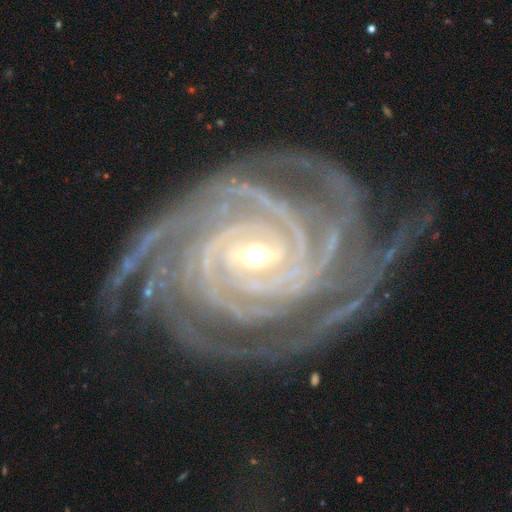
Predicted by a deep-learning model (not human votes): Smooth or featured: featured or disk — 94% (star or artifact — 4%)
Edge-on disk: no — 98% (yes — 2%)
Bar: strong — 42% (weak — 38%)
Spiral arms: yes — 99% (no — 1%)
Spiral winding: tight — 85% (medium — 13%)
Spiral arm count: 4 — 29% (more than 4 — 20%)
Bulge size: moderate — 51% (small — 45%)
Merging: none — 73% (minor disturbance — 17%)